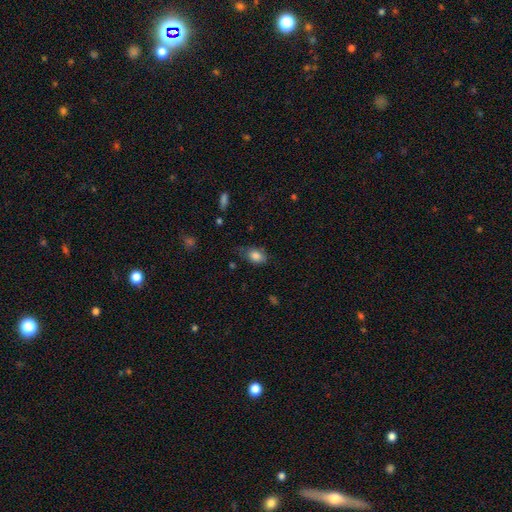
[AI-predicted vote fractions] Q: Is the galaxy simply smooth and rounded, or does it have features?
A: smooth — 84%.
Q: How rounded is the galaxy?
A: in between — 85%.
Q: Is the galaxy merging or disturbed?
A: none — 62%.